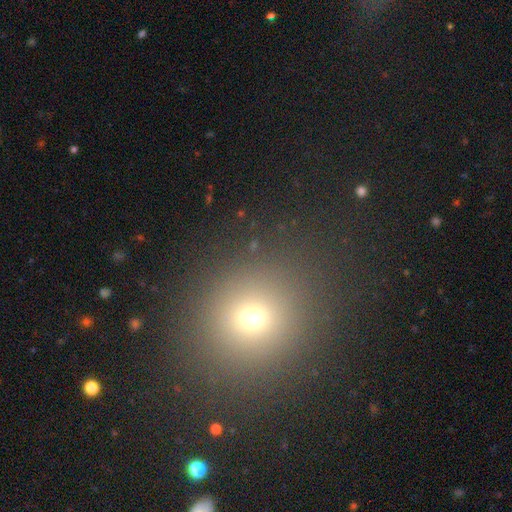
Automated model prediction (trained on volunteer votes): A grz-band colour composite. It shows a smooth galaxy with no disk features (62%) that is round (88%). Merging: none (89%).